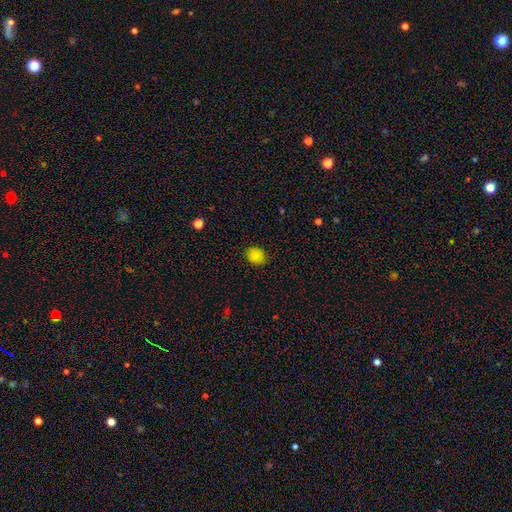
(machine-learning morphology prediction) Smooth or featured? Predicted: smooth (p=0.83). How rounded? Predicted: round (p=0.61). Merging? Predicted: none (p=0.86).